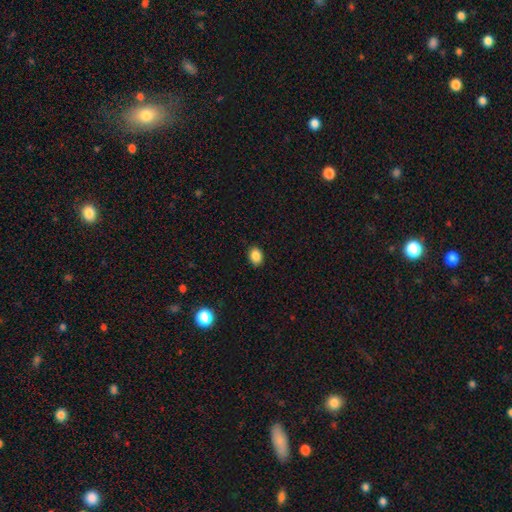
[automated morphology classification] This is clearly a smooth galaxy (87%). How rounded: likely in between (65%). Merging: clearly none (89%).